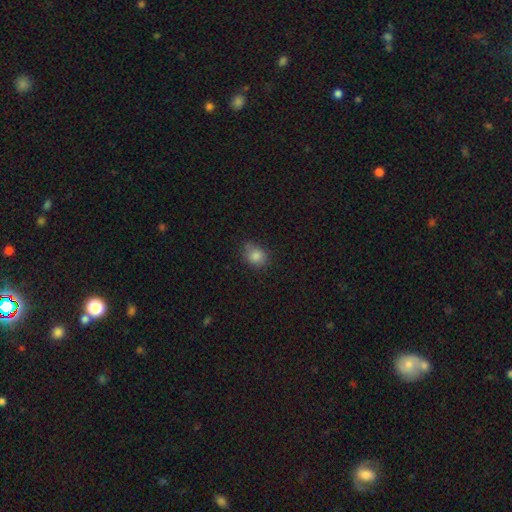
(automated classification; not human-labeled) The model was most divided on "how rounded": round: 59%, in between: 40%, cigar-shaped: 1%. More confident: smooth or featured — smooth (83%); merging — none (63%).